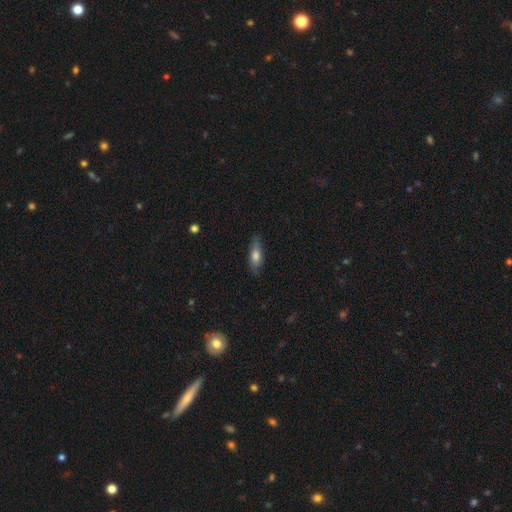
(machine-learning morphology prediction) smooth_or_featured: smooth (p=0.69) [alt: featured or disk p=0.24]
how_rounded: in between (p=0.57) [alt: cigar-shaped p=0.40]
merging: none (p=0.79) [alt: minor disturbance p=0.17]